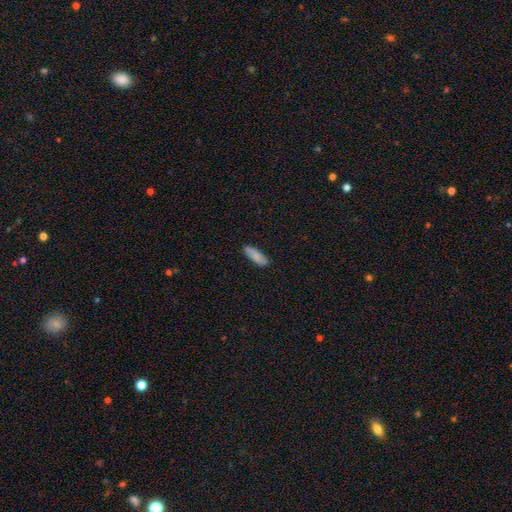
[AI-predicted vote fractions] The model was most divided on "how rounded": in between: 56%, cigar-shaped: 42%, round: 2%. More confident: smooth or featured — smooth (84%); merging — none (83%).